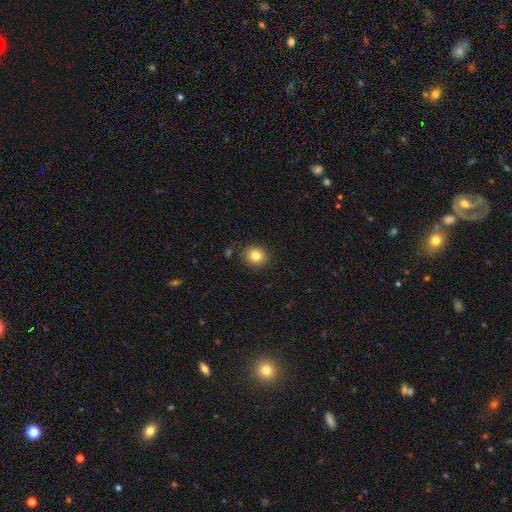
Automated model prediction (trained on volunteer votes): smooth 83%, star or artifact 10%, featured or disk 7%. Down the decision tree: how rounded — round (79%); merging — none (87%).